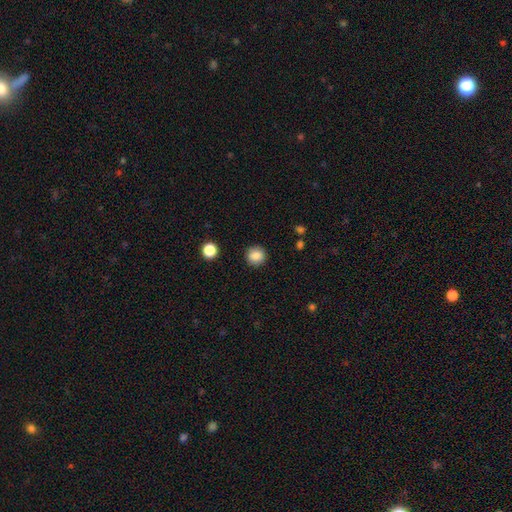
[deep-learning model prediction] smooth 87%, star or artifact 10%, featured or disk 4%. Down the decision tree: how rounded — round (93%); merging — none (91%).